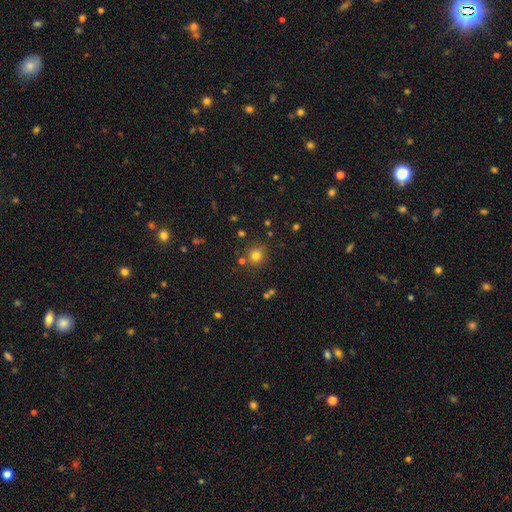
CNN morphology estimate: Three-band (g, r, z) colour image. It shows a smooth galaxy with no disk features (77%) that is round (92%). Merging: none (82%).